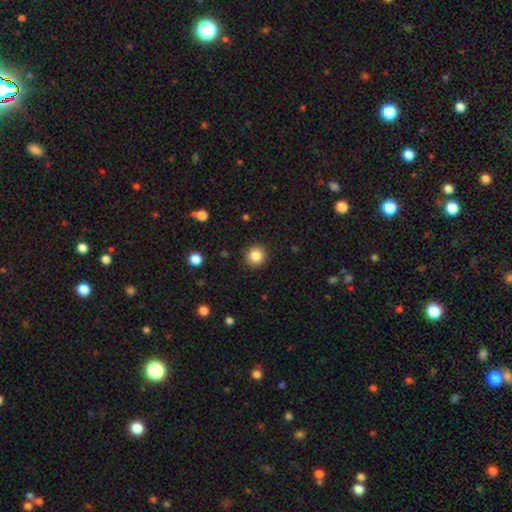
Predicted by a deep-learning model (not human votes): smooth-or-featured: smooth: 86% | star or artifact: 10% | featured or disk: 4%
  how-rounded: round: 93% | in between: 7% | cigar-shaped: 1%
  merging: none: 91% | minor disturbance: 6% | major disturbance: 2% | merger: 1%